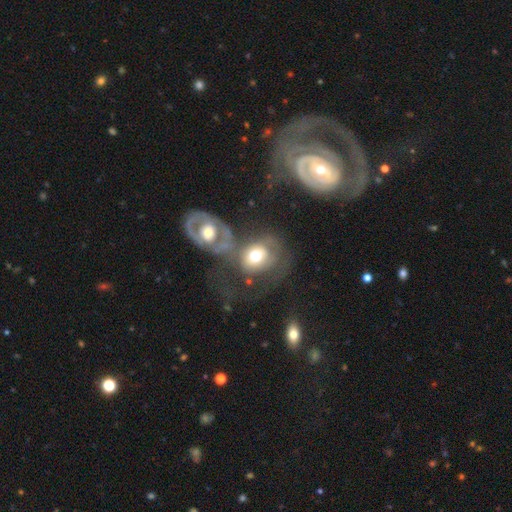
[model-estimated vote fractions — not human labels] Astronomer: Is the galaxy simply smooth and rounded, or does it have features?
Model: smooth — 50% (runner-up: featured or disk, 41%).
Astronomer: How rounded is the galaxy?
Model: round — 59% (runner-up: in between, 40%).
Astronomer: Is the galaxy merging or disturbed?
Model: merger — 47% (runner-up: none, 23%).